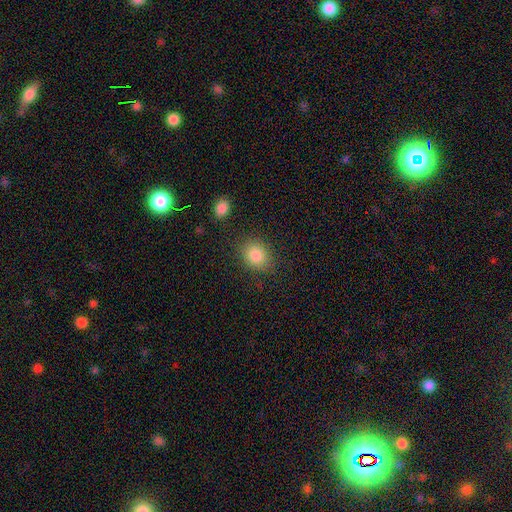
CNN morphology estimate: Q: Smooth or featured?
A: smooth (85%); runner-up: star or artifact (9%)
Q: How rounded?
A: round (52%); runner-up: in between (47%)
Q: Merging?
A: none (81%); runner-up: minor disturbance (12%)